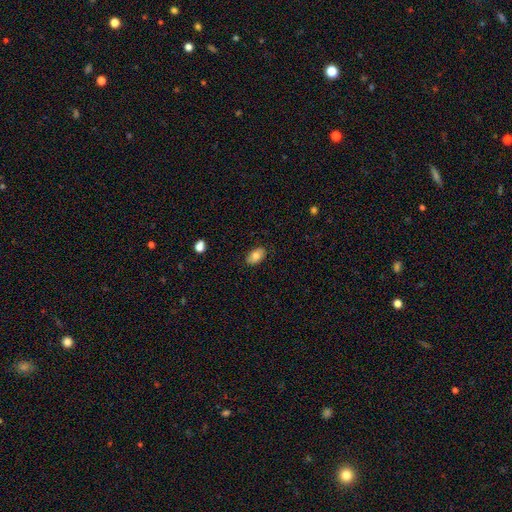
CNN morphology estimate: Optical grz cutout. It shows a smooth galaxy with no disk features (80%) that is in between round and cigar-shaped (92%). Merging: none (86%).